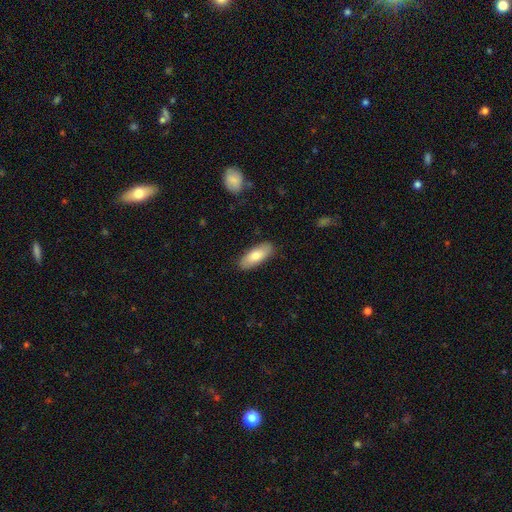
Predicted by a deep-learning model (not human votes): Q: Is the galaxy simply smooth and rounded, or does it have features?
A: smooth — 74%.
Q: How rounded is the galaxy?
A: in between — 74%.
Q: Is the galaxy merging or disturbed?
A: none — 87%.